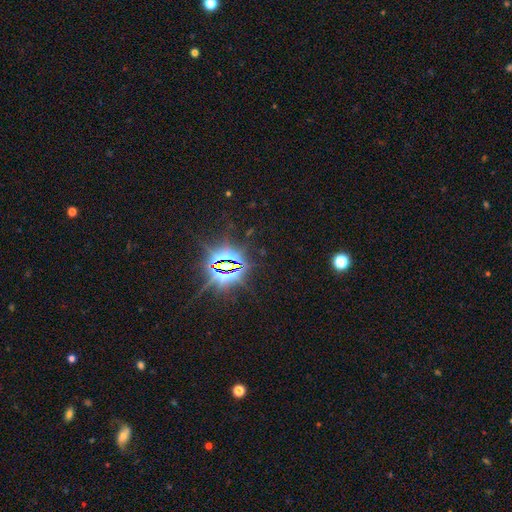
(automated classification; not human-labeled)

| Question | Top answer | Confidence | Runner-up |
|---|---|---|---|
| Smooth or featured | star or artifact | 86% | smooth (8%) |